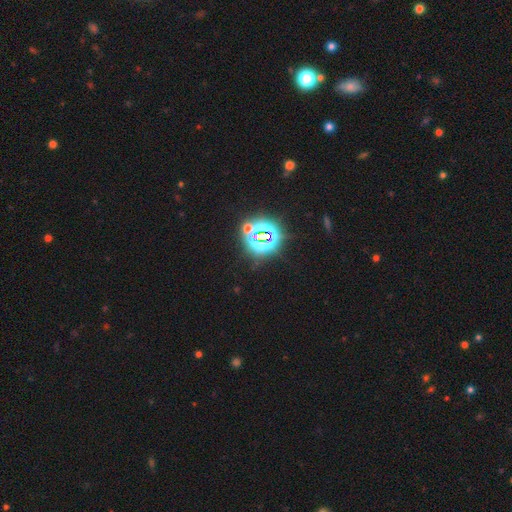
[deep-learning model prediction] The model was most divided on "smooth or featured": star or artifact: 82%, smooth: 12%, featured or disk: 6%.